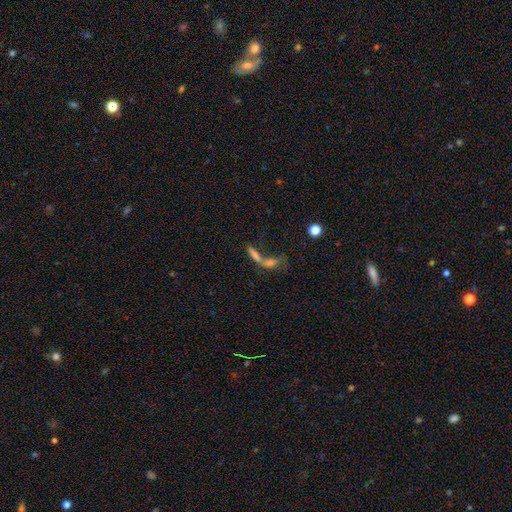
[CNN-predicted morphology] Smooth or featured?
  - smooth: 47% *
  - featured or disk: 34%
  - star or artifact: 18%
Merging?
  - merger: 59% *
  - none: 24%
  - major disturbance: 10%
  - minor disturbance: 7%